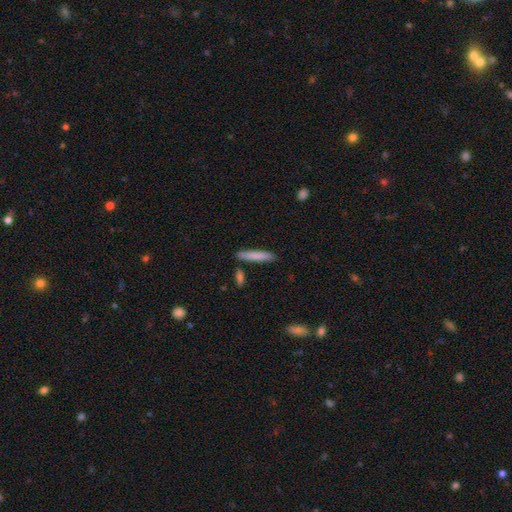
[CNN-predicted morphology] smooth 81%, featured or disk 13%, star or artifact 6%. Down the decision tree: how rounded — cigar-shaped (89%); merging — none (85%).